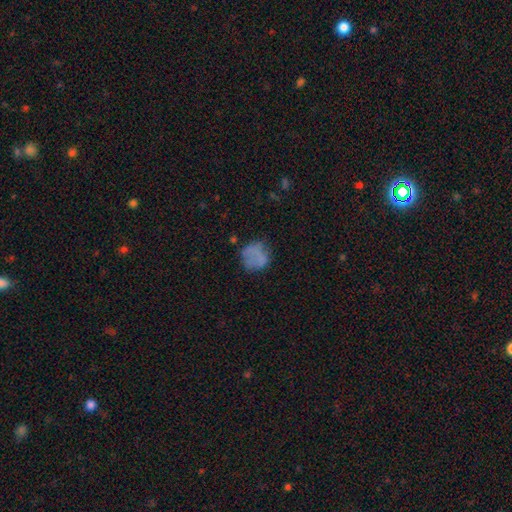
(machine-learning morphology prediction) Overall: smooth (71%). How rounded: round (82%). Merging: none (55%; minor disturbance 25%).